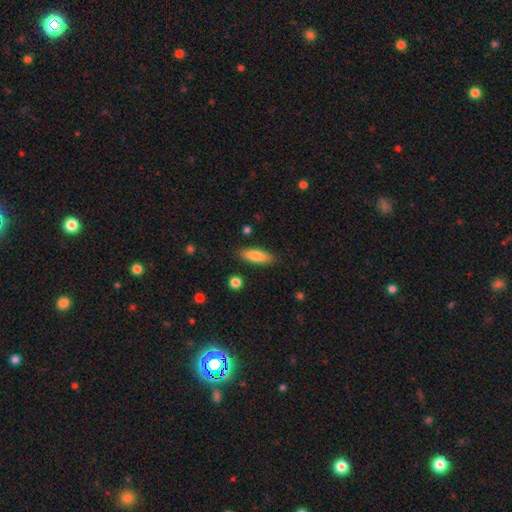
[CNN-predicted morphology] Smooth or featured?
  - smooth: 81% *
  - featured or disk: 13%
  - star or artifact: 6%
How rounded?
  - in between: 55% *
  - cigar-shaped: 43%
  - round: 2%
Merging?
  - none: 87% *
  - minor disturbance: 9%
  - major disturbance: 2%
  - merger: 2%